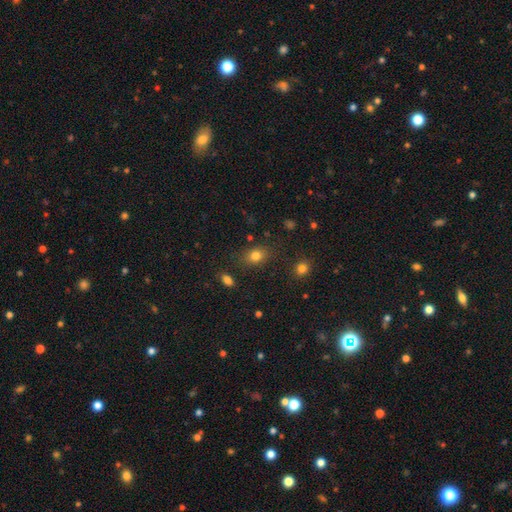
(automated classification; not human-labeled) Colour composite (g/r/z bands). It shows a smooth galaxy with no disk features (79%) that is in between round and cigar-shaped (67%). Merging: none (80%).